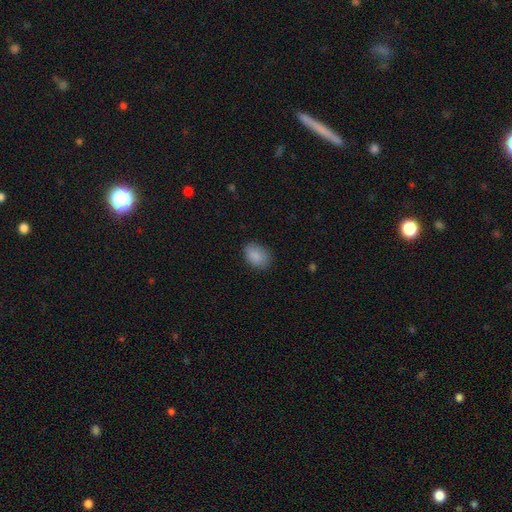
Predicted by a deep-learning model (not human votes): Smooth or featured? smooth (89%)
How rounded? in between (81%)
Merging? none (83%)